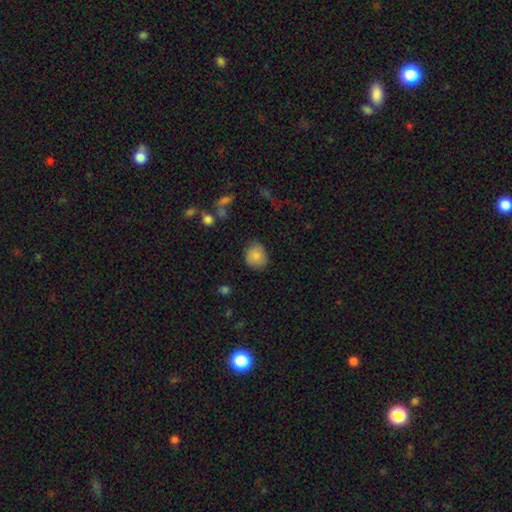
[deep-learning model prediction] Overall: smooth (83%). How rounded: round (70%). Merging: none (81%).